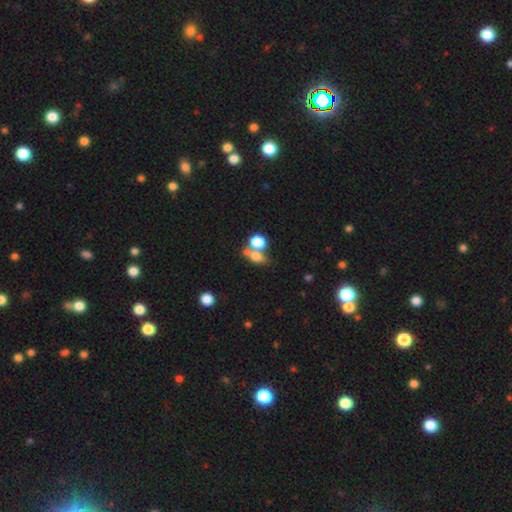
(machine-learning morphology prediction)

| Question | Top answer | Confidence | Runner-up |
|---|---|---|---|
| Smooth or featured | smooth | 72% | featured or disk (15%) |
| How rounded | in between | 58% | round (37%) |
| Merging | merger | 46% | none (38%) |